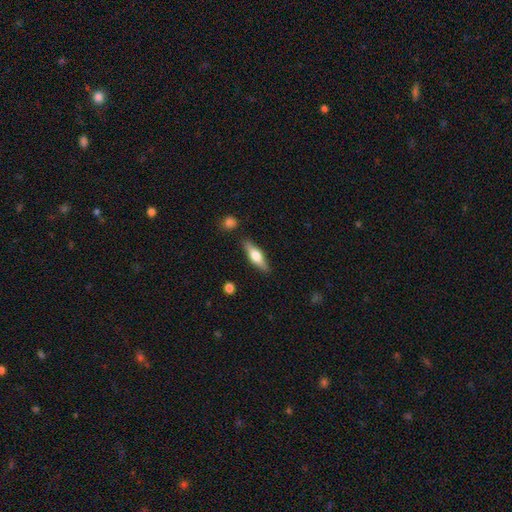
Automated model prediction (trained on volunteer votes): Overall: featured or disk (48%; smooth 46%). Merging: none (86%).